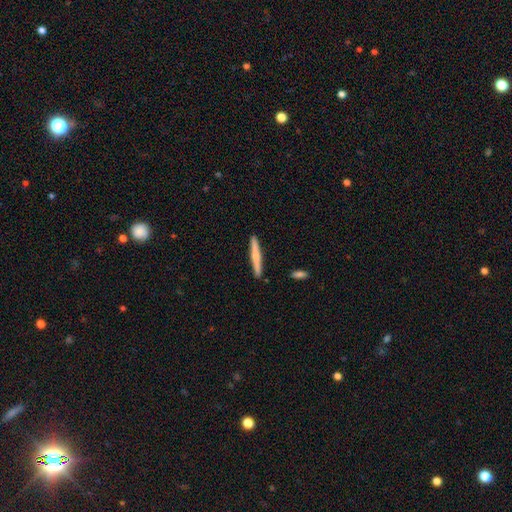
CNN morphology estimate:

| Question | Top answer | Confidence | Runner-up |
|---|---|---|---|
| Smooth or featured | smooth | 53% | featured or disk (42%) |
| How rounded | cigar-shaped | 96% | in between (3%) |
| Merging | none | 91% | minor disturbance (6%) |